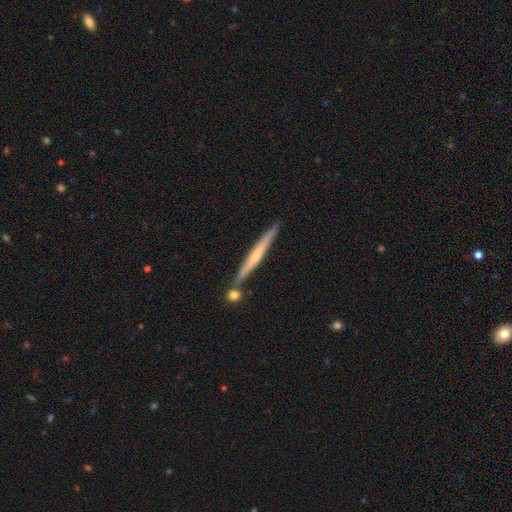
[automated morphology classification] This appears to be a featured or disk galaxy (63%) viewed edge-on (96%) with a rounded central bulge (56%). Merging: none (80%).